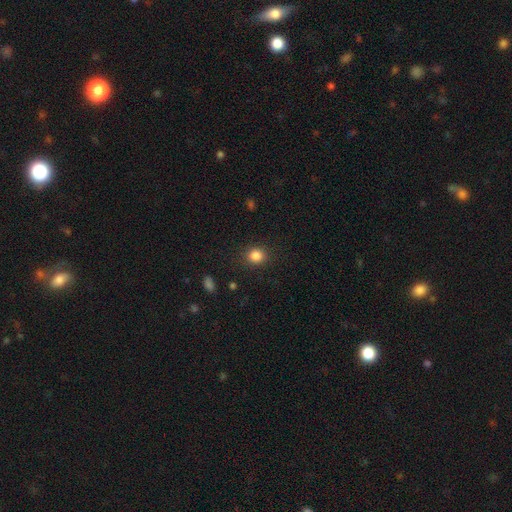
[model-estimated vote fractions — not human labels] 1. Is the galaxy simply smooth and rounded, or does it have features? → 85% smooth, 11% star or artifact, 4% featured or disk.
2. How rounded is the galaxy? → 81% round, 18% in between, 1% cigar-shaped.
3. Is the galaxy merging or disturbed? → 89% none, 7% minor disturbance, 3% major disturbance, 1% merger.